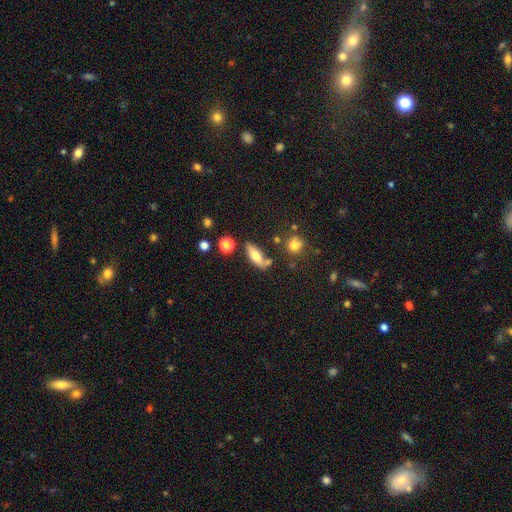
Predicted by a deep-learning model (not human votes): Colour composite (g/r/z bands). It shows a smooth galaxy with no disk features (61%) that is in between round and cigar-shaped (64%). Merging: none (64%).